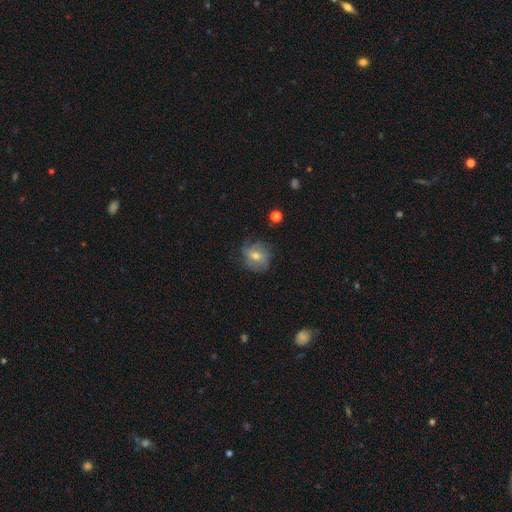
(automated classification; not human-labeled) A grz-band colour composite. It shows a featured or disk galaxy (46%). Merging: none (62%).